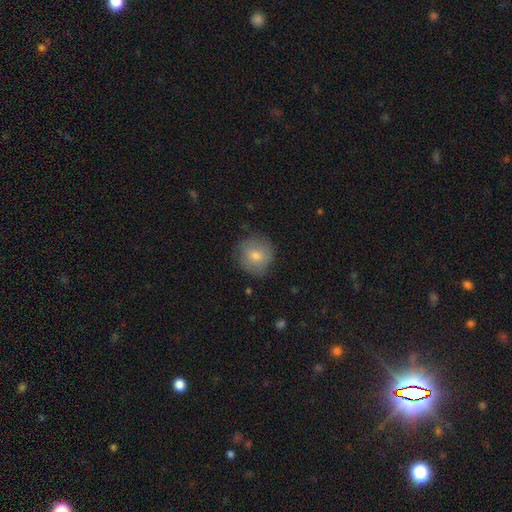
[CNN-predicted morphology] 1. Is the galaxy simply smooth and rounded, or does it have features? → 68% smooth, 23% featured or disk, 10% star or artifact.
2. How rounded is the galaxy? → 90% round, 9% in between, 1% cigar-shaped.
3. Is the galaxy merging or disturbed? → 79% none, 15% minor disturbance, 4% major disturbance, 1% merger.